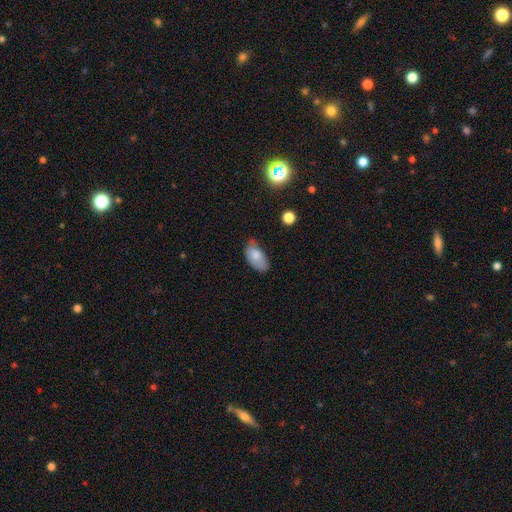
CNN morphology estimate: Smooth or featured?
  - smooth: 79% *
  - featured or disk: 13%
  - star or artifact: 7%
How rounded?
  - in between: 94% *
  - round: 3%
  - cigar-shaped: 3%
Merging?
  - none: 49% *
  - minor disturbance: 39%
  - major disturbance: 9%
  - merger: 3%